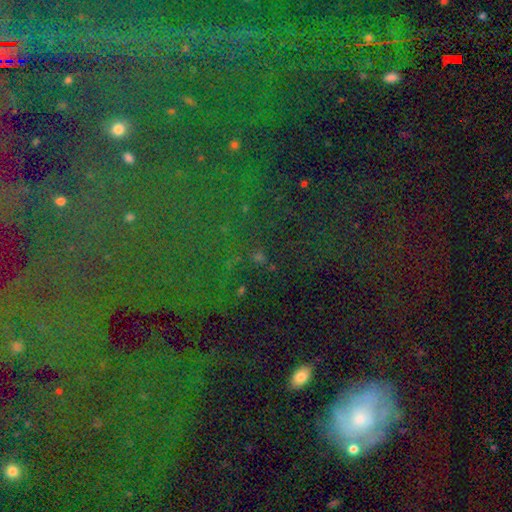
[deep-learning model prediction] Smooth or featured? Predicted: star or artifact (p=0.72).